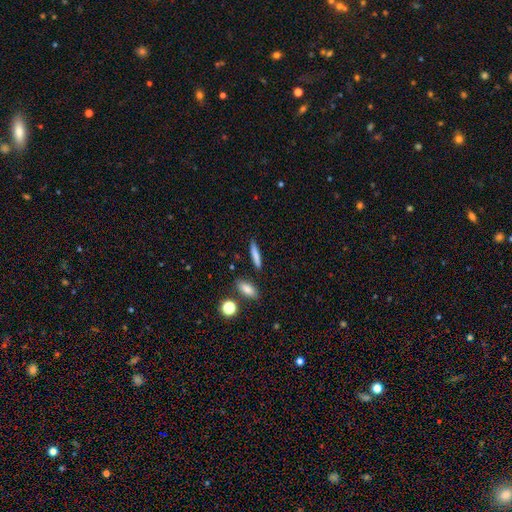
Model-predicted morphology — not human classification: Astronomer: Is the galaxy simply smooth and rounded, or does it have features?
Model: smooth — 78%.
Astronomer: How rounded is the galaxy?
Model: cigar-shaped — 84%.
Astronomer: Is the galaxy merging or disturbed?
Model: none — 84%.